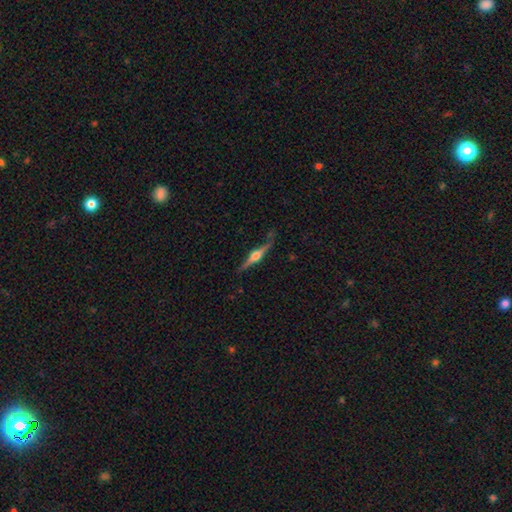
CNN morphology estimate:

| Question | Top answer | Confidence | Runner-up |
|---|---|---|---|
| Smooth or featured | featured or disk | 82% | smooth (13%) |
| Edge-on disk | yes | 98% | no (2%) |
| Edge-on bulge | rounded | 95% | boxy (4%) |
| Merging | none | 84% | minor disturbance (12%) |